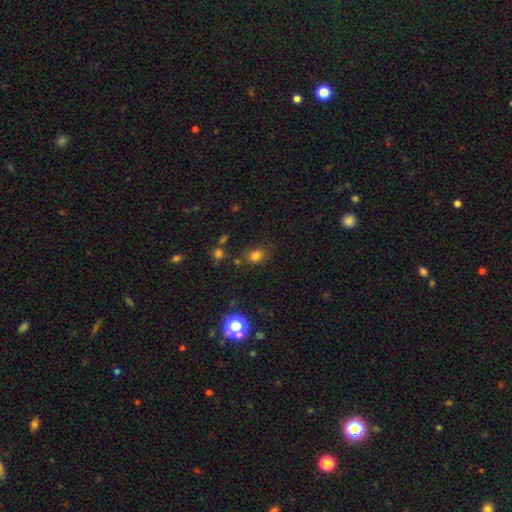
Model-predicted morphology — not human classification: Q: Smooth or featured?
A: smooth (75%); runner-up: star or artifact (18%)
Q: How rounded?
A: in between (55%); runner-up: round (43%)
Q: Merging?
A: none (74%); runner-up: minor disturbance (15%)